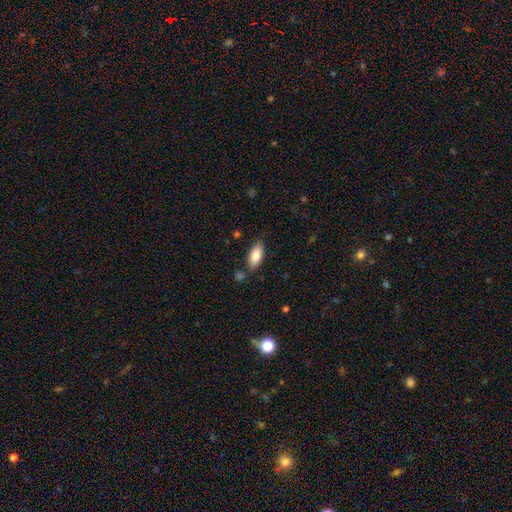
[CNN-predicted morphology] Smooth or featured: smooth — 83% (featured or disk — 11%)
How rounded: in between — 87% (cigar-shaped — 10%)
Merging: none — 79% (minor disturbance — 14%)